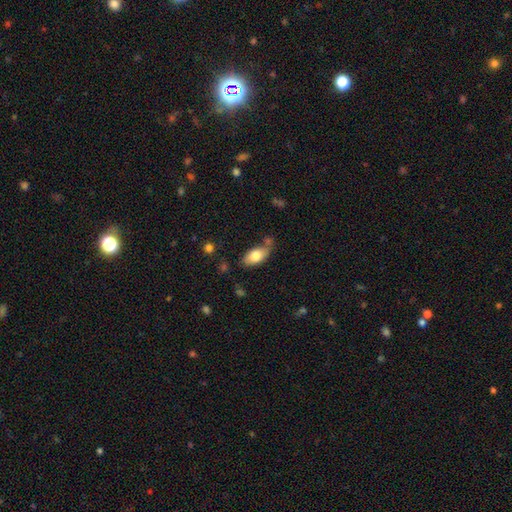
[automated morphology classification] Overall: smooth (76%). How rounded: in between (90%). Merging: none (65%).